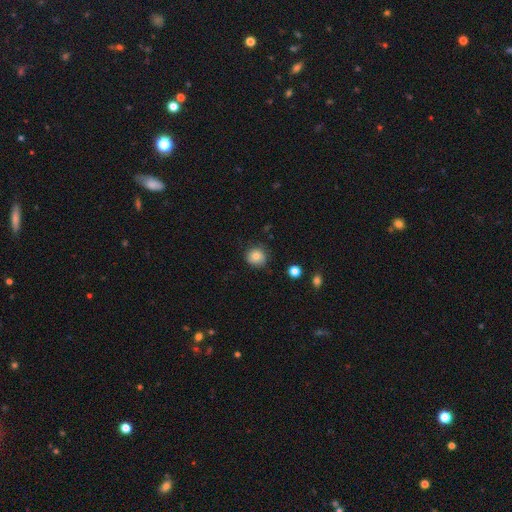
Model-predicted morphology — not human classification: Q: Smooth or featured?
A: smooth (80%); runner-up: star or artifact (11%)
Q: How rounded?
A: round (91%); runner-up: in between (8%)
Q: Merging?
A: none (83%); runner-up: minor disturbance (13%)